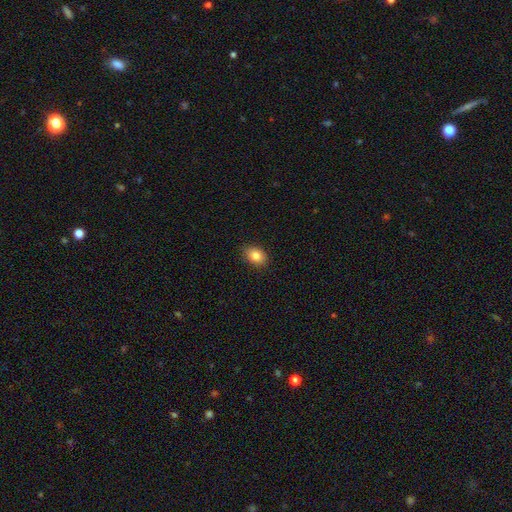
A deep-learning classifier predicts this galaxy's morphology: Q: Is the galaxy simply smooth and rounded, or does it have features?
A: smooth — 84%.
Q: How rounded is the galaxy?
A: in between — 71%.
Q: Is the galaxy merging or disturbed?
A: none — 88%.